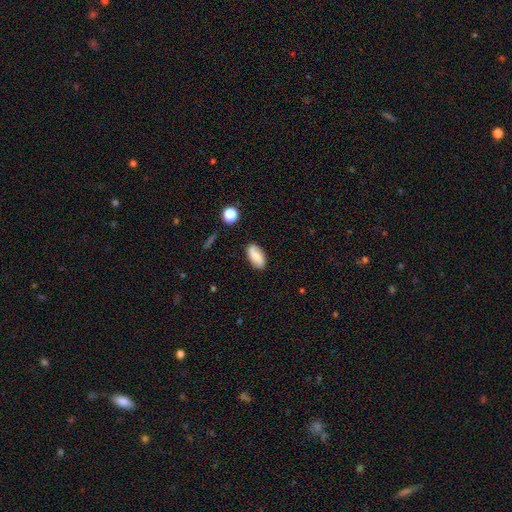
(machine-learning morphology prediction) Q: Smooth or featured?
A: smooth (74%); runner-up: featured or disk (17%)
Q: How rounded?
A: in between (90%); runner-up: cigar-shaped (6%)
Q: Merging?
A: none (80%); runner-up: minor disturbance (15%)